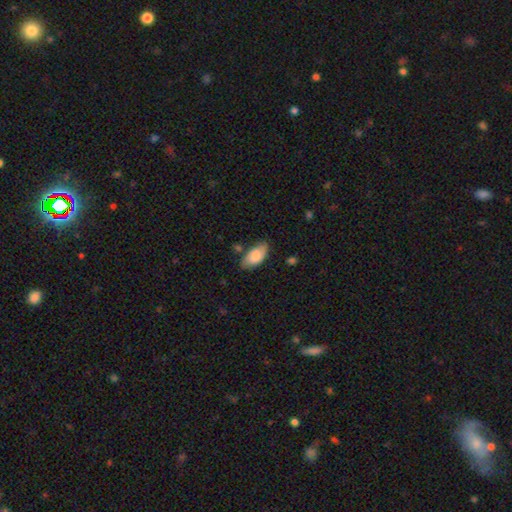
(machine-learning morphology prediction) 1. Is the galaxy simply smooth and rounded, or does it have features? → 79% smooth, 15% featured or disk, 6% star or artifact.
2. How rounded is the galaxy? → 93% in between, 4% cigar-shaped, 2% round.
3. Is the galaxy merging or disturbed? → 71% none, 22% minor disturbance, 4% major disturbance, 3% merger.